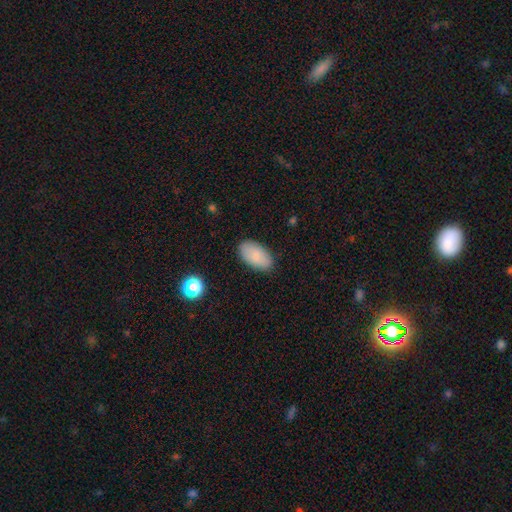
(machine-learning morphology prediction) This appears to be a smooth galaxy with no disk features (83%) that is in between round and cigar-shaped (95%). Merging: none (86%).